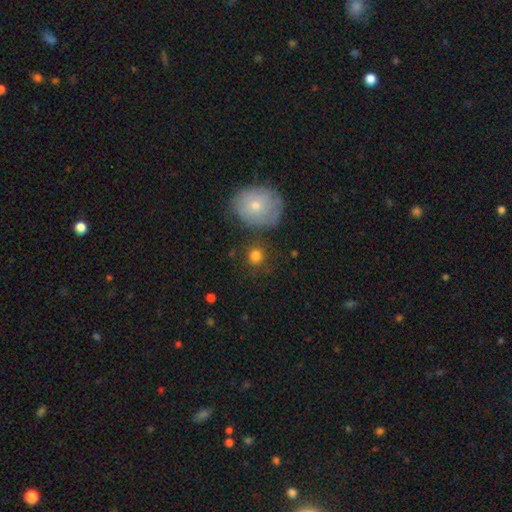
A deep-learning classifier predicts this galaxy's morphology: Smooth or featured: smooth — 80% (featured or disk — 11%)
How rounded: round — 91% (in between — 8%)
Merging: none — 80% (minor disturbance — 10%)